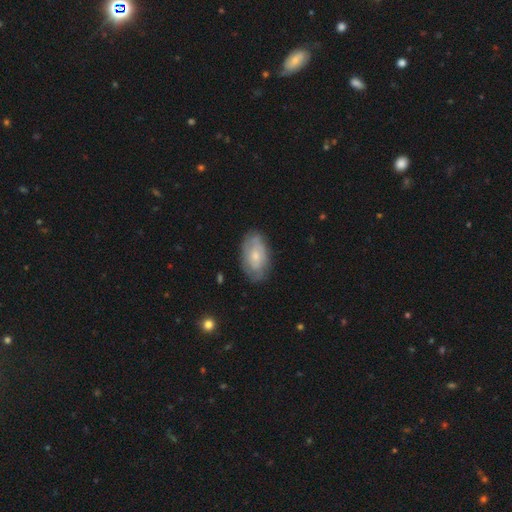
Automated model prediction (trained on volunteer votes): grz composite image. It shows a smooth galaxy with no disk features (48%). Merging: none (74%).